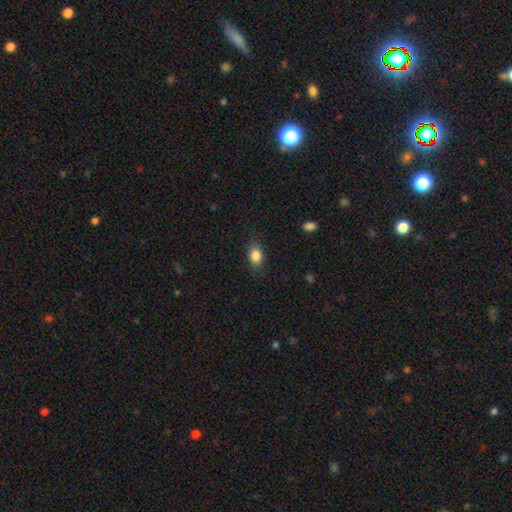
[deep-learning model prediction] Smooth or featured?
  - smooth: 83% *
  - star or artifact: 9%
  - featured or disk: 8%
How rounded?
  - in between: 72% *
  - round: 24%
  - cigar-shaped: 4%
Merging?
  - none: 81% *
  - minor disturbance: 15%
  - major disturbance: 4%
  - merger: 1%